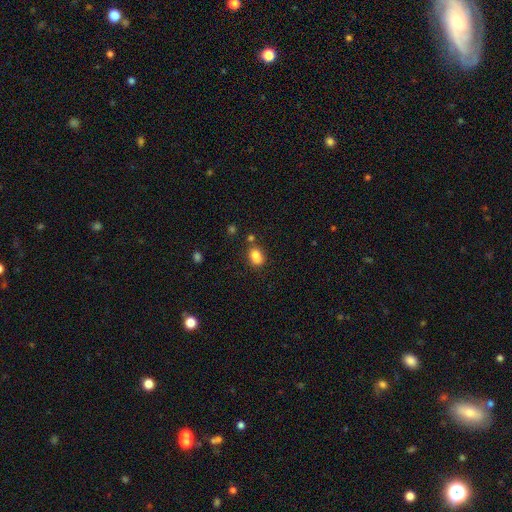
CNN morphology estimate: type=smooth (80%); roundness=in between (63%); merging=none (54%).